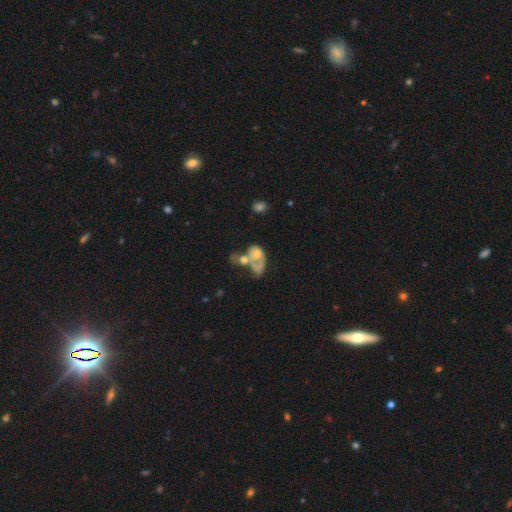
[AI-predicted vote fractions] This appears to be a smooth galaxy with no disk features (46%). Merging: merger (59%).